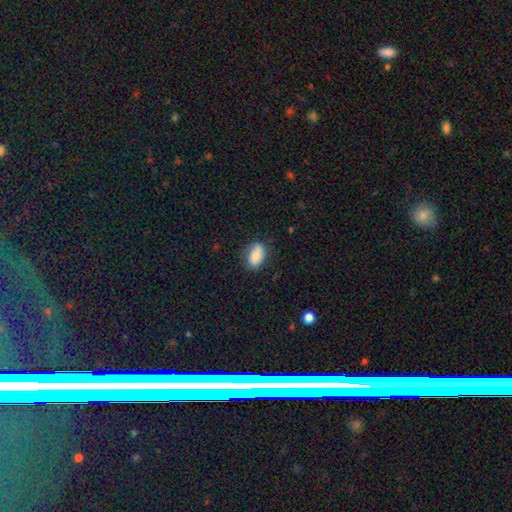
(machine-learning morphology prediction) This is clearly a smooth galaxy (81%). How rounded: clearly in between (89%). Merging: clearly none (80%).